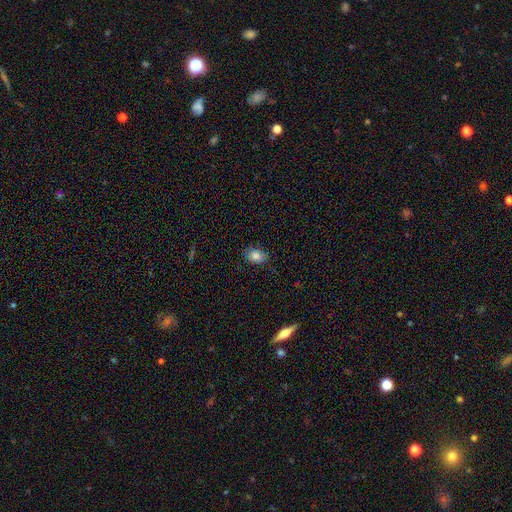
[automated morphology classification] A smooth galaxy with no disk features (84%) that is in between round and cigar-shaped (78%). Merging: none (80%).